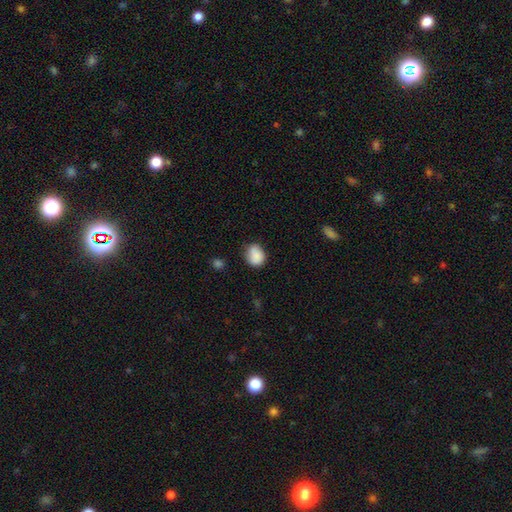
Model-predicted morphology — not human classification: smooth-or-featured: smooth: 85% | star or artifact: 8% | featured or disk: 7%
  how-rounded: round: 53% | in between: 46% | cigar-shaped: 1%
  merging: none: 64% | minor disturbance: 26% | major disturbance: 6% | merger: 4%